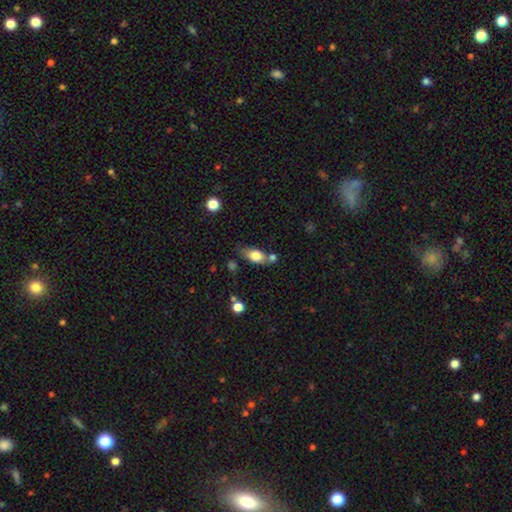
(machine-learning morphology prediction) This appears to be a smooth galaxy with no disk features (76%) that is in between round and cigar-shaped (82%). Merging: none (54%).